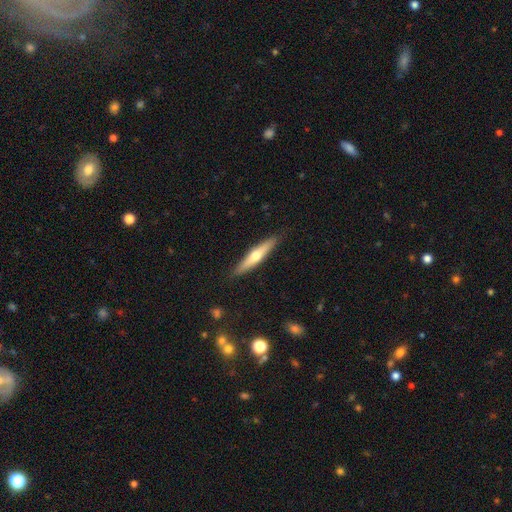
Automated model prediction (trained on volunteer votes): smooth_or_featured: featured or disk (p=0.49) [alt: smooth p=0.46]
merging: none (p=0.89) [alt: minor disturbance p=0.09]